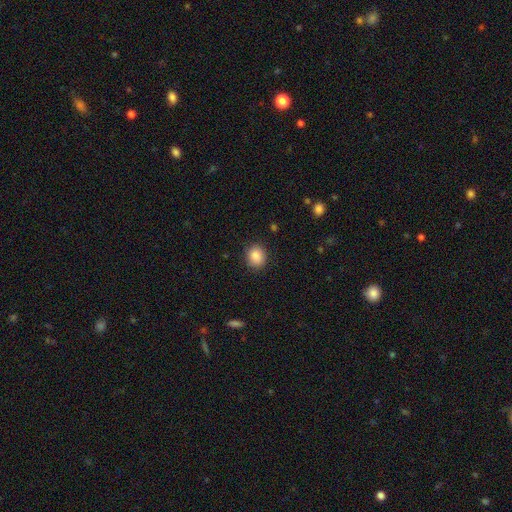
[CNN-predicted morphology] The model was most divided on "how rounded": round: 67%, in between: 32%, cigar-shaped: 1%. More confident: merging — none (89%); smooth or featured — smooth (86%).